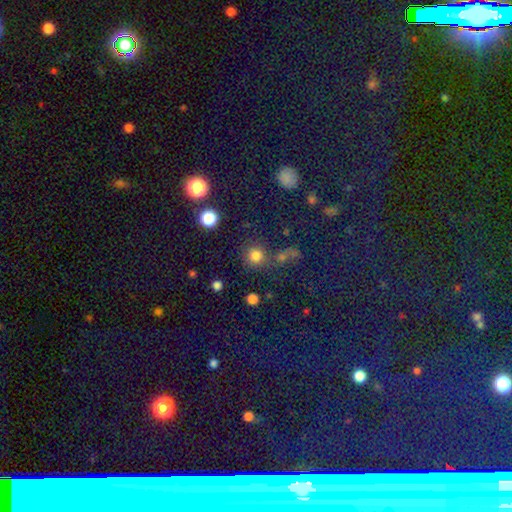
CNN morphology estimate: Smooth or featured: smooth — 77% (star or artifact — 17%)
How rounded: round — 91% (in between — 7%)
Merging: none — 69% (merger — 16%)